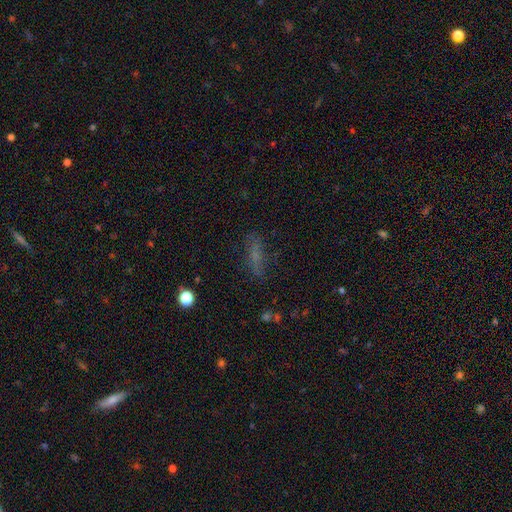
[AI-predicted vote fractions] A smooth galaxy with no disk features (55%) that is cigar-shaped (59%). Merging: none (74%).